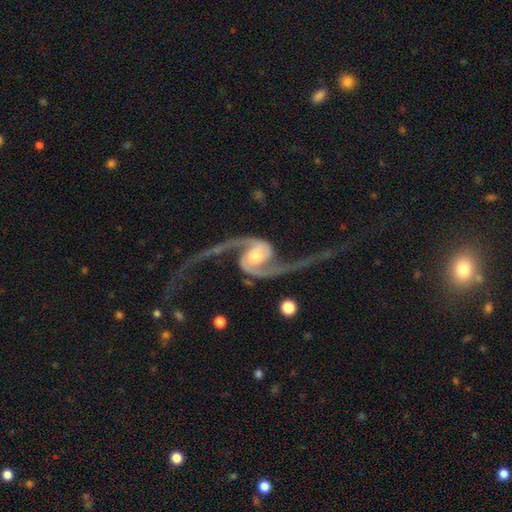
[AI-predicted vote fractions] This appears to be a featured or disk galaxy (94%) with no bar (48%), 2 (95%) loose (81%) spiral arms (98%) and a moderate central bulge (58%). Merging: none (62%).